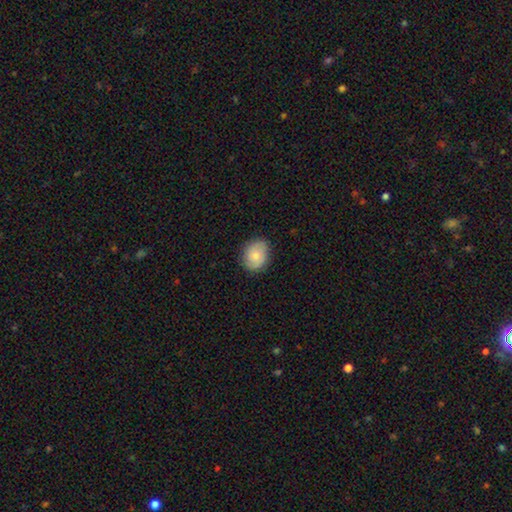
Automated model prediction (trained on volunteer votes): Overall: smooth (68%). How rounded: round (51%; in between 48%). Merging: none (83%).